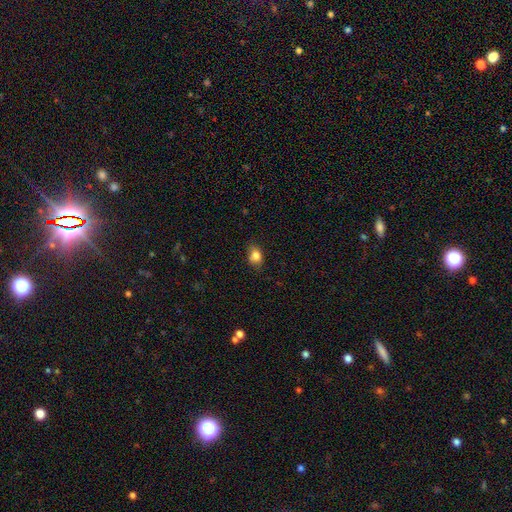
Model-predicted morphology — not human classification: Smooth or featured? Predicted: smooth (p=0.82). How rounded? Predicted: in between (p=0.65). Merging? Predicted: none (p=0.79).